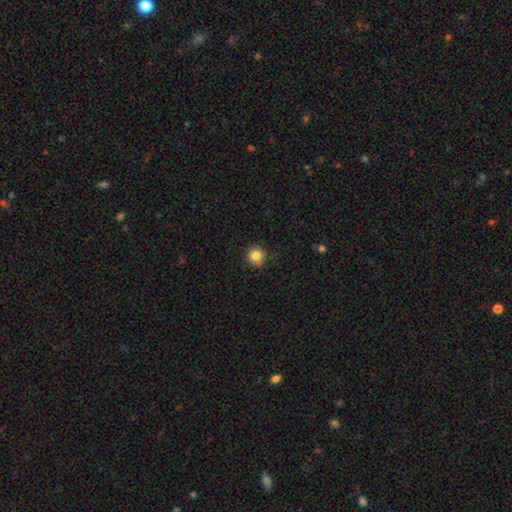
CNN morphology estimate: smooth-or-featured: smooth: 84% | star or artifact: 11% | featured or disk: 5%
  how-rounded: round: 93% | in between: 6% | cigar-shaped: 1%
  merging: none: 86% | minor disturbance: 10% | major disturbance: 2% | merger: 1%